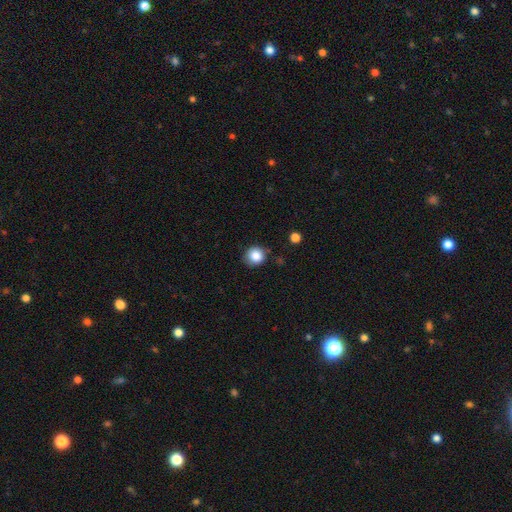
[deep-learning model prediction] The model was most divided on "merging": none: 79%, minor disturbance: 15%, major disturbance: 3%, merger: 2%. More confident: how rounded — round (88%); smooth or featured — smooth (85%).